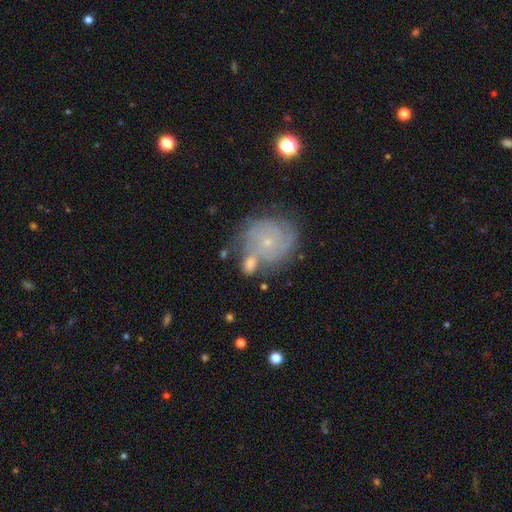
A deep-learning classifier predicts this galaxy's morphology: Overall: featured or disk (76%). Edge-on disk: no (98%). Bar: no (80%). Spiral arms: yes (93%). Spiral arm count: can't tell (33%; 3 22%). Spiral winding: tight (70%). Bulge size: small (81%). Merging: none (64%).